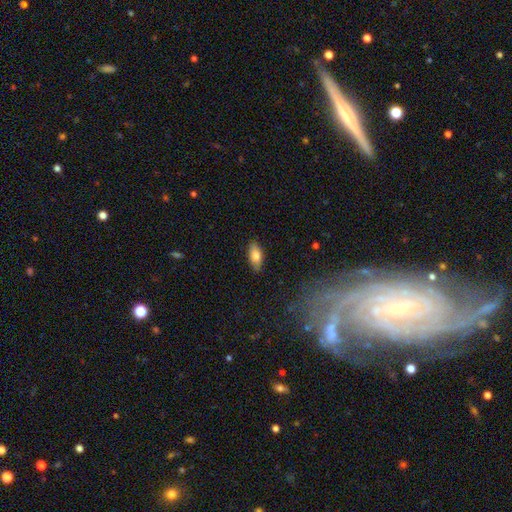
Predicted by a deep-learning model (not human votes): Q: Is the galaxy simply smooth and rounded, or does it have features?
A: smooth — 80%.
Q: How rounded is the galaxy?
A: in between — 86%.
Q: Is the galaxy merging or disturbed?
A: none — 86%.